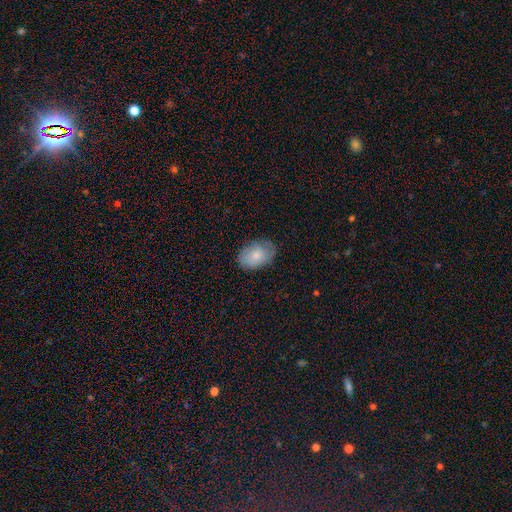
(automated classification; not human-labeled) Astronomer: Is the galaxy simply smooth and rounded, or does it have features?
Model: smooth — 71%.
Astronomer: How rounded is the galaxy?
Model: in between — 85%.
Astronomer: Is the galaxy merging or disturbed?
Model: none — 75%.